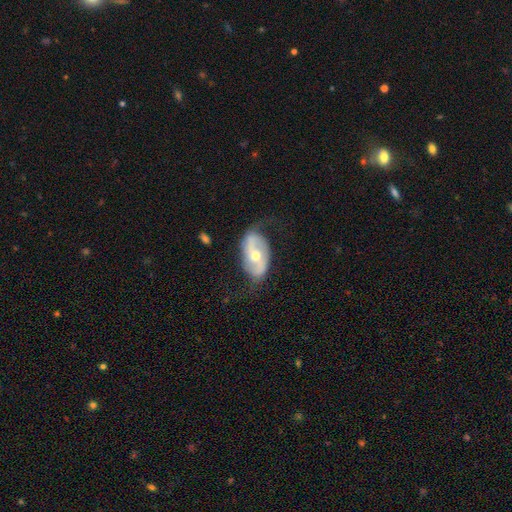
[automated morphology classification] A featured or disk galaxy (71%) with no bar (44%), 2 (87%) loose (58%) spiral arms (77%) and a moderate central bulge (56%). Merging: none (64%).